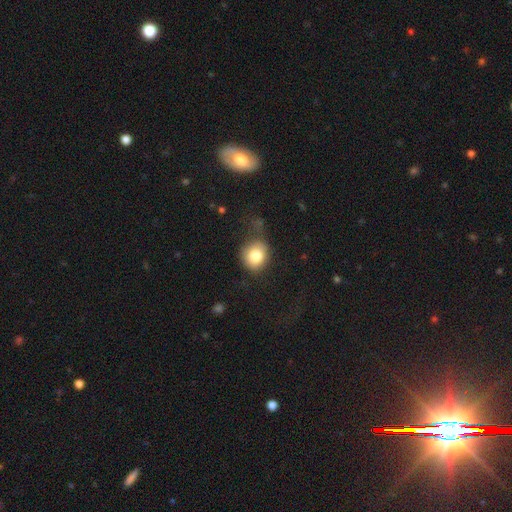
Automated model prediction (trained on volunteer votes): Q: Smooth or featured?
A: smooth (82%); runner-up: featured or disk (9%)
Q: How rounded?
A: round (81%); runner-up: in between (18%)
Q: Merging?
A: none (59%); runner-up: minor disturbance (25%)